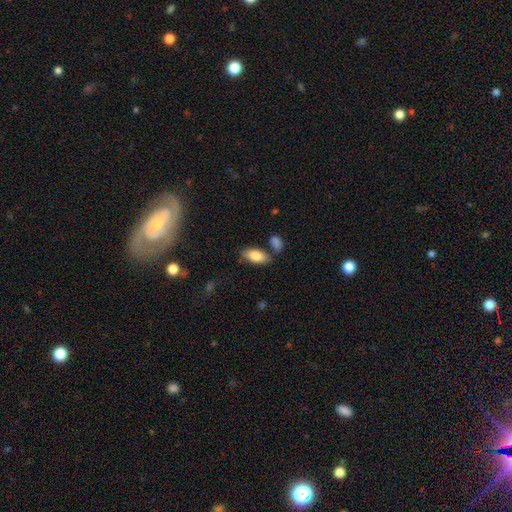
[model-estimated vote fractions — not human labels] Q: Smooth or featured?
A: smooth (81%); runner-up: featured or disk (13%)
Q: How rounded?
A: in between (89%); runner-up: cigar-shaped (9%)
Q: Merging?
A: none (74%); runner-up: minor disturbance (13%)